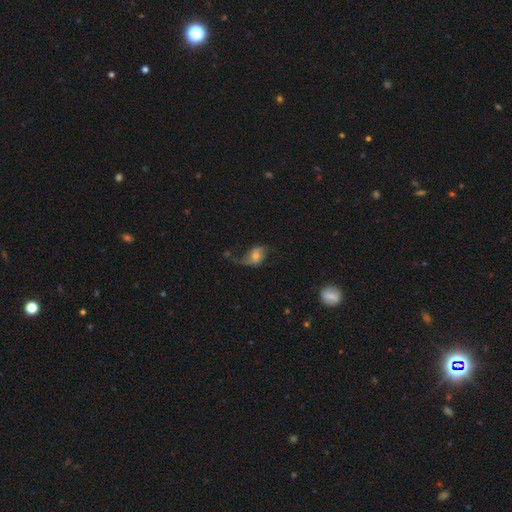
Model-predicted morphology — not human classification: smooth-or-featured: featured or disk: 58% | smooth: 33% | star or artifact: 9%
  disk-edge-on: no: 95% | yes: 5%
    bar: no: 62% | weak: 29% | strong: 9%
    has-spiral-arms: yes: 83% | no: 17%
    bulge-size: moderate: 55% | small: 35% | large: 6% | none: 3% | dominant: 2%
  merging: none: 38% | major disturbance: 34% | minor disturbance: 24% | merger: 4%